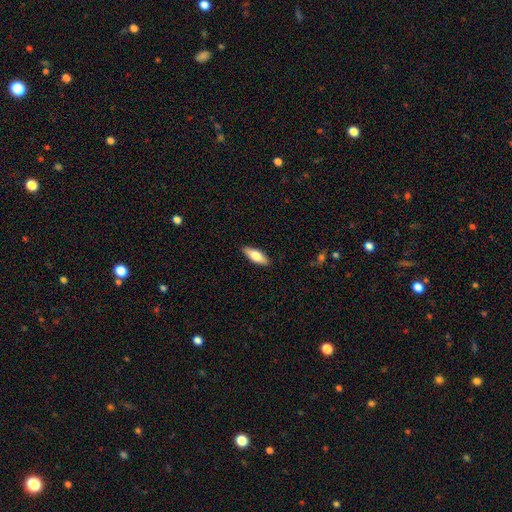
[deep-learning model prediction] smooth 70%, featured or disk 25%, star or artifact 6%. Down the decision tree: how rounded — in between (65%); merging — none (89%).